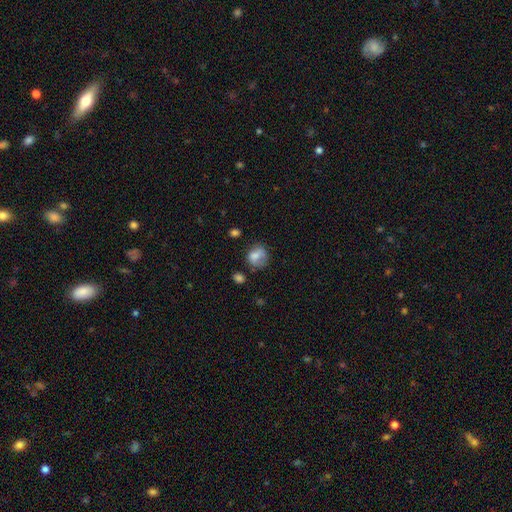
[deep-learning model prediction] The model was most divided on "how rounded": round: 60%, in between: 39%, cigar-shaped: 1%. More confident: smooth or featured — smooth (74%); merging — none (52%).